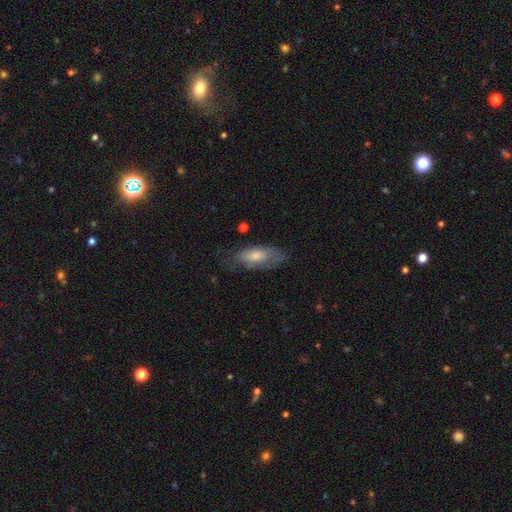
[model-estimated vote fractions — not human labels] Smooth or featured?
  - smooth: 63% *
  - featured or disk: 31%
  - star or artifact: 7%
How rounded?
  - in between: 78% *
  - cigar-shaped: 20%
  - round: 2%
Merging?
  - none: 60% *
  - minor disturbance: 26%
  - major disturbance: 12%
  - merger: 2%